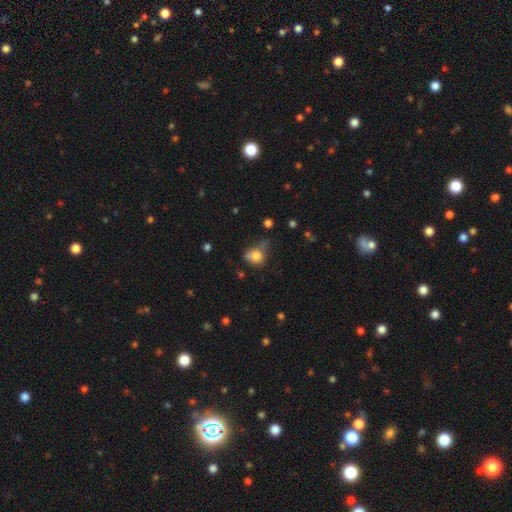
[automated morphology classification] Q: Smooth or featured?
A: smooth (77%); runner-up: star or artifact (12%)
Q: How rounded?
A: round (74%); runner-up: in between (24%)
Q: Merging?
A: none (42%); runner-up: minor disturbance (26%)